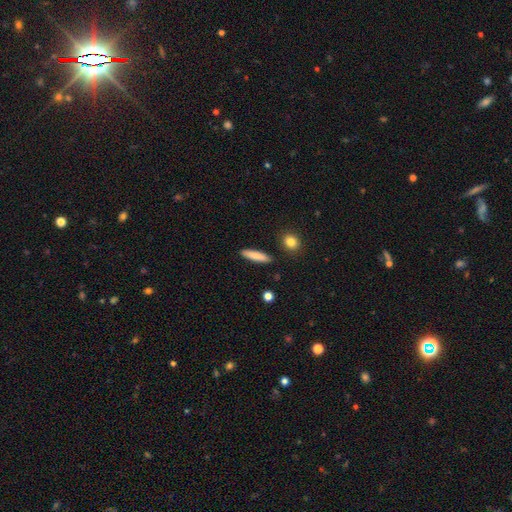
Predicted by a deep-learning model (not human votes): Morphology: type=smooth (83%); roundness=cigar-shaped (79%); merging=none (89%).